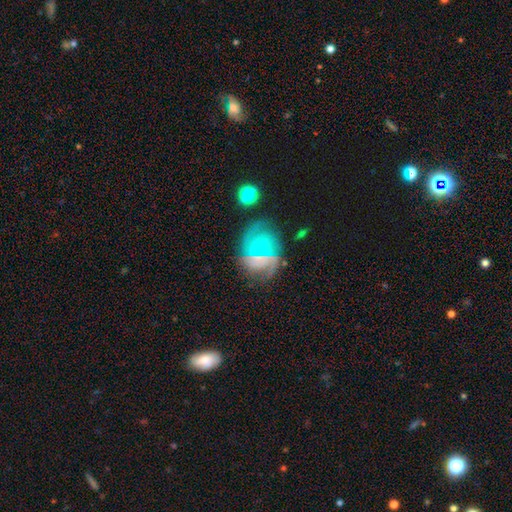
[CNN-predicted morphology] Smooth or featured? Predicted: featured or disk (p=0.64). Edge-on disk? Predicted: no (p=0.98). Bar? Predicted: no (p=0.47). Spiral arms? Predicted: yes (p=0.91). Spiral winding? Predicted: medium (p=0.44). Spiral arm count? Predicted: 2 (p=0.45). Bulge size? Predicted: small (p=0.57). Merging? Predicted: none (p=0.64).